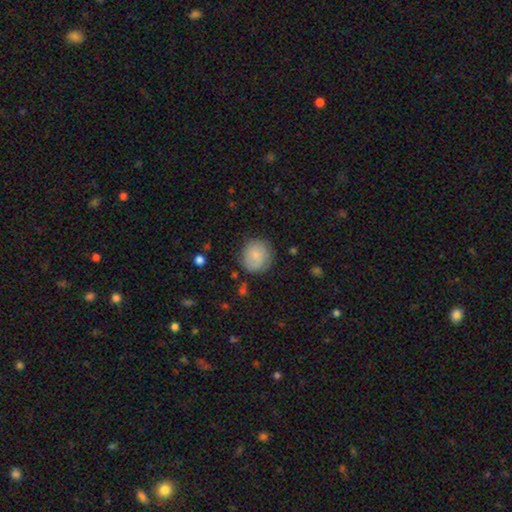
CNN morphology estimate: Q: Smooth or featured?
A: smooth (75%); runner-up: featured or disk (18%)
Q: How rounded?
A: round (87%); runner-up: in between (12%)
Q: Merging?
A: none (76%); runner-up: minor disturbance (17%)